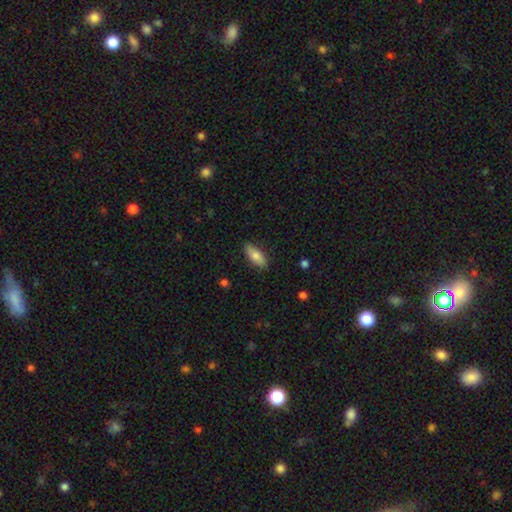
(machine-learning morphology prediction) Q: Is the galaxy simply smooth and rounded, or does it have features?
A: smooth — 77%.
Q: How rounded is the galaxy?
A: in between — 75%.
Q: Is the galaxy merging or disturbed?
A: none — 85%.